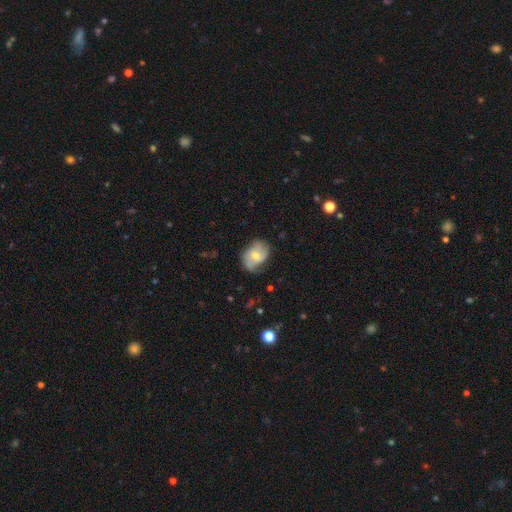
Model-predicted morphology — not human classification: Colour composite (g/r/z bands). It shows a featured or disk galaxy (56%) with no bar (55%), spiral arms (84%) and a moderate central bulge (54%). Merging: none (63%).